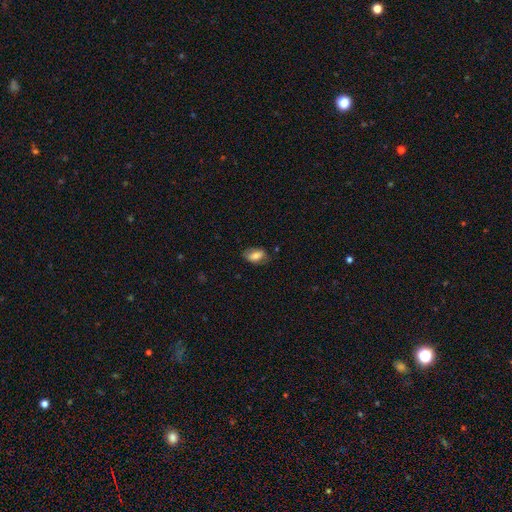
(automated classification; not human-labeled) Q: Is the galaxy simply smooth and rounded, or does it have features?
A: smooth — 75%.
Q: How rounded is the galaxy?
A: in between — 90%.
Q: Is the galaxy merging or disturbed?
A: none — 71%.